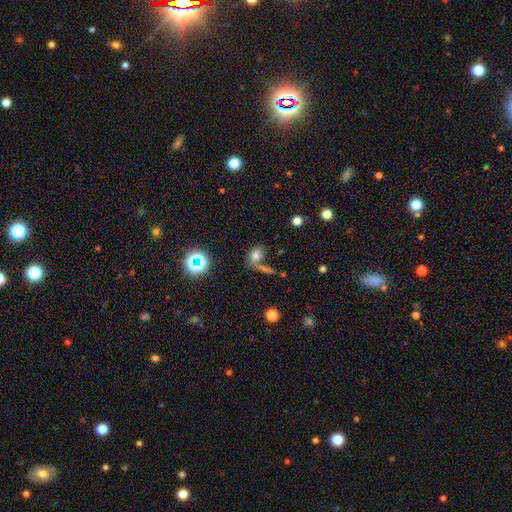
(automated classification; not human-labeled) Overall: smooth (72%). How rounded: in between (70%). Merging: none (44%; merger 34%).